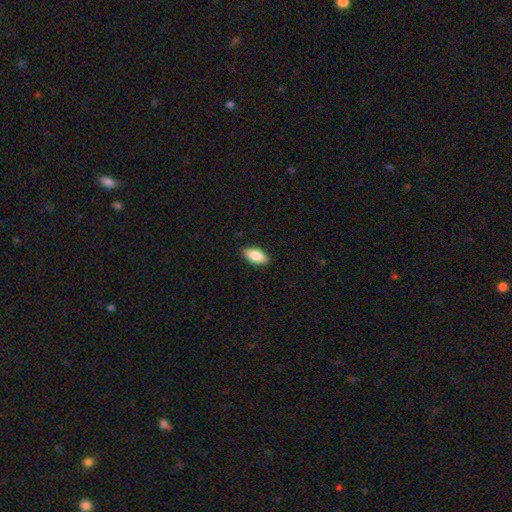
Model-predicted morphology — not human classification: The model was most divided on "smooth or featured": smooth: 80%, featured or disk: 13%, star or artifact: 6%. More confident: merging — none (89%); how rounded — in between (88%).